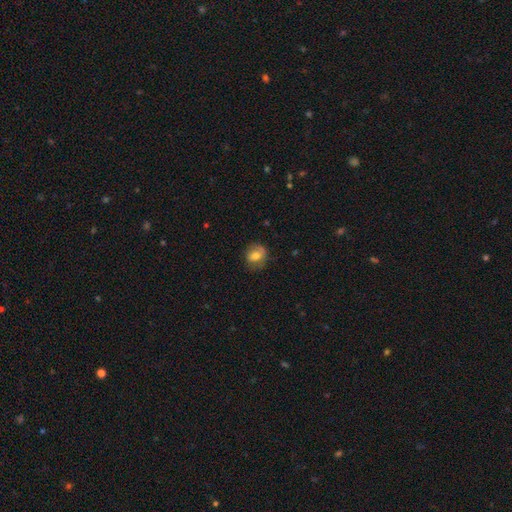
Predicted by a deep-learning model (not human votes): smooth 70%, featured or disk 22%, star or artifact 9%. Down the decision tree: how rounded — round (65%); merging — none (67%).